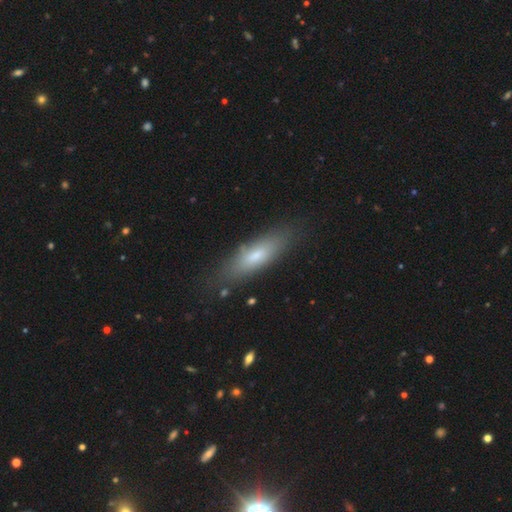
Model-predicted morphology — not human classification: This appears to be a smooth galaxy with no disk features (68%) that is cigar-shaped (50%). Merging: none (80%).